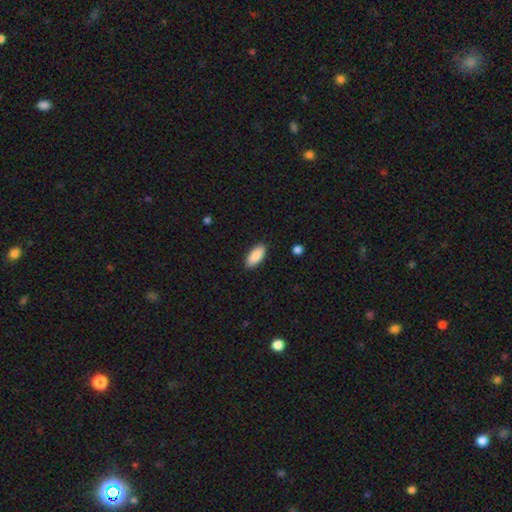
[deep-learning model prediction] Overall: smooth (90%). How rounded: in between (88%). Merging: none (89%).